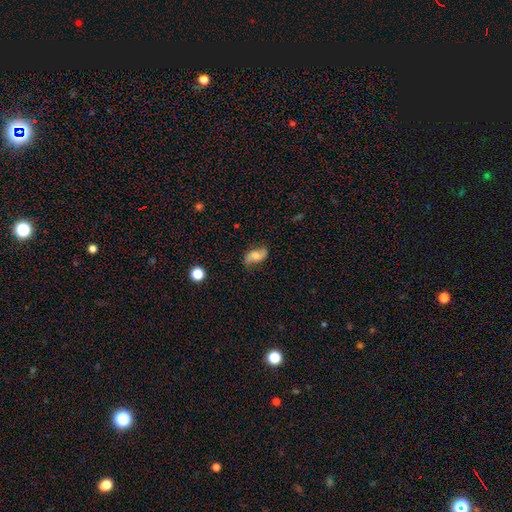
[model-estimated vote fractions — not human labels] A featured or disk galaxy (49%).

Vote fractions:
- Smooth or featured? featured or disk: 49% / smooth: 43% / star or artifact: 9%
- Merging? none: 75% / minor disturbance: 19% / major disturbance: 5% / merger: 2%